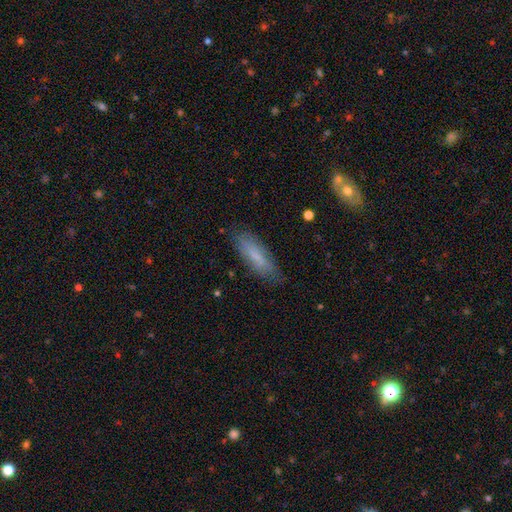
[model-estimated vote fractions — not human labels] Q: Smooth or featured?
A: smooth (67%); runner-up: featured or disk (26%)
Q: How rounded?
A: cigar-shaped (53%); runner-up: in between (45%)
Q: Merging?
A: none (77%); runner-up: minor disturbance (17%)